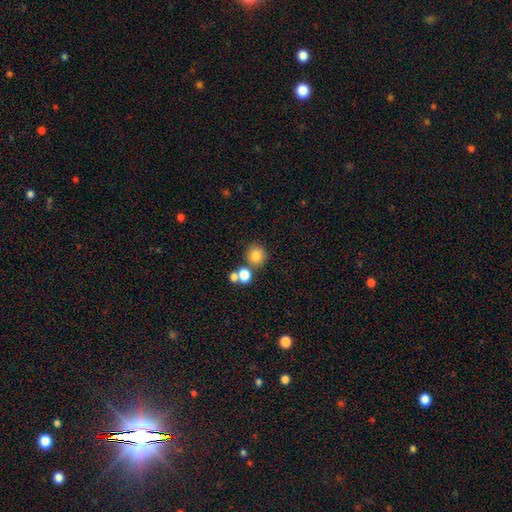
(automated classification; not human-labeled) A smooth galaxy with no disk features (80%) that is round (89%). Merging: none (72%).